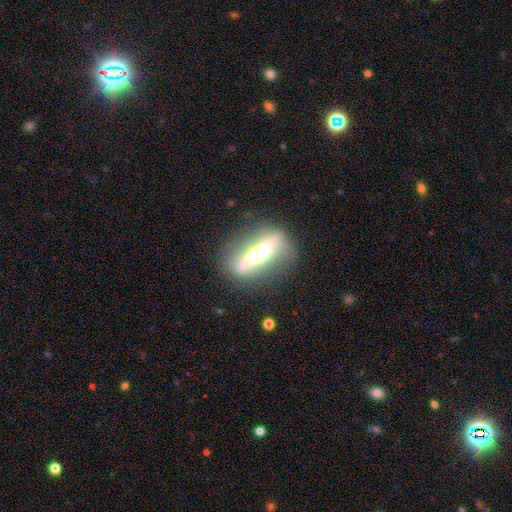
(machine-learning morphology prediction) Smooth or featured?
  - featured or disk: 65% *
  - smooth: 26%
  - star or artifact: 9%
Edge-on disk?
  - yes: 55% *
  - no: 45%
Merging?
  - none: 68% *
  - minor disturbance: 15%
  - major disturbance: 9%
  - merger: 8%